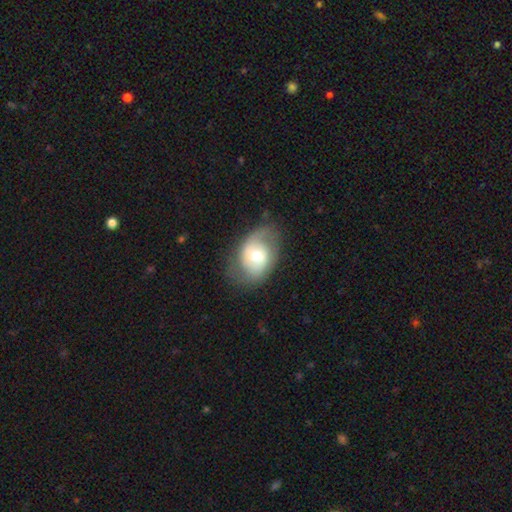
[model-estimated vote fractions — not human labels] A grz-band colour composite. It shows a featured or disk galaxy (57%) with a weak bar (52%), spiral arms (74%) and a moderate central bulge (64%). Merging: none (66%).